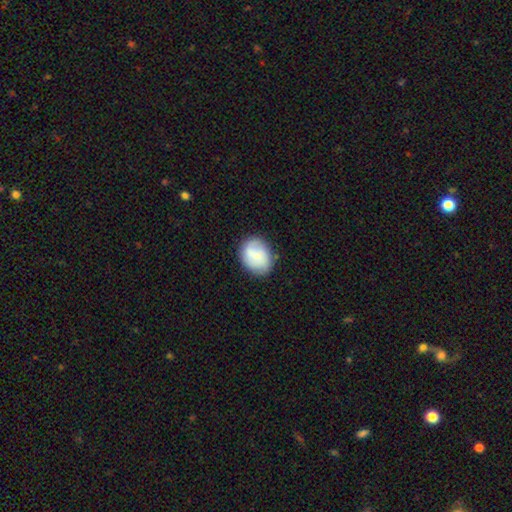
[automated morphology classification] Q: Smooth or featured?
A: smooth (67%); runner-up: featured or disk (26%)
Q: How rounded?
A: in between (52%); runner-up: round (47%)
Q: Merging?
A: none (77%); runner-up: minor disturbance (16%)